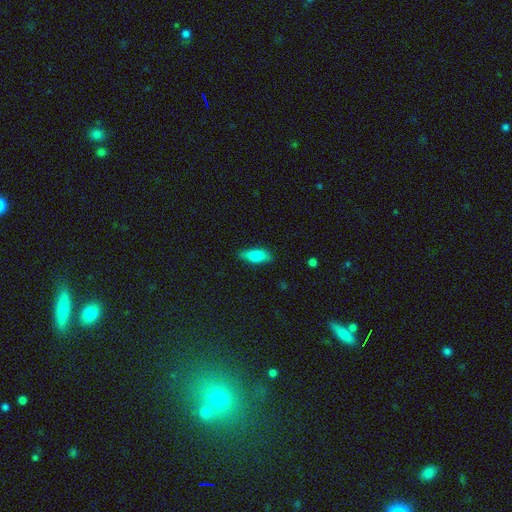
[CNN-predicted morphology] Smooth or featured?
  - smooth: 77% *
  - featured or disk: 16%
  - star or artifact: 7%
How rounded?
  - in between: 69% *
  - cigar-shaped: 28%
  - round: 3%
Merging?
  - none: 82% *
  - minor disturbance: 14%
  - major disturbance: 3%
  - merger: 1%